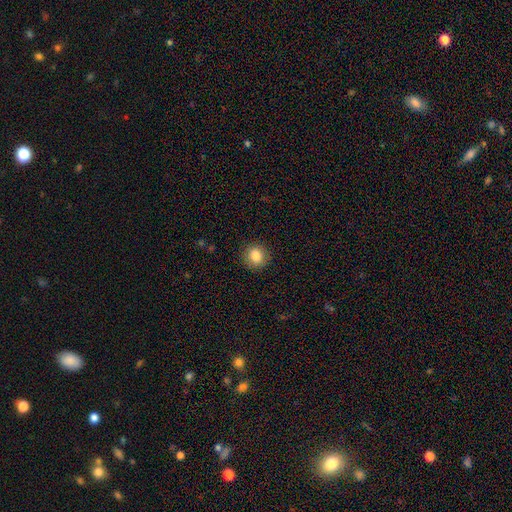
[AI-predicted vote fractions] The model was most divided on "smooth or featured": smooth: 84%, star or artifact: 10%, featured or disk: 7%. More confident: merging — none (90%); how rounded — round (87%).